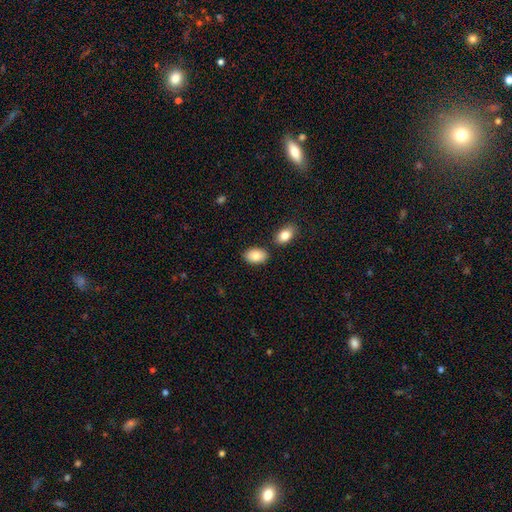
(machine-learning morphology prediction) Overall: smooth (87%). How rounded: in between (91%). Merging: none (79%).